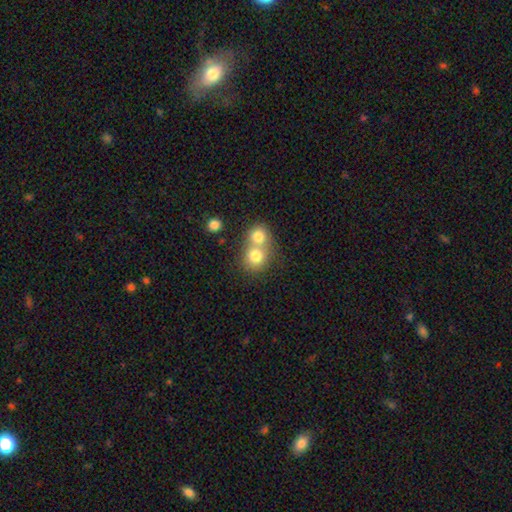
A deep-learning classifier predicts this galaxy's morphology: smooth 77%, featured or disk 13%, star or artifact 10%. Down the decision tree: how rounded — round (82%); merging — merger (60%).